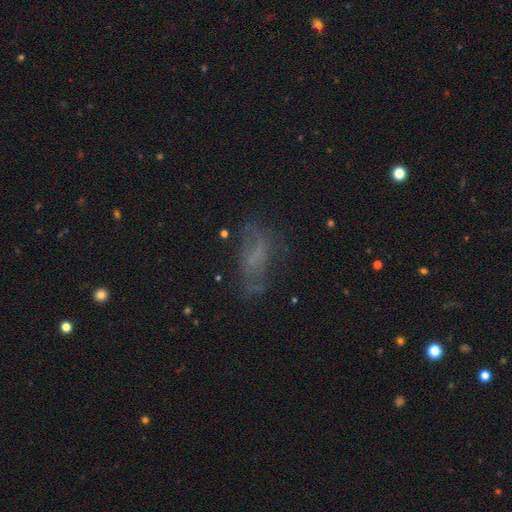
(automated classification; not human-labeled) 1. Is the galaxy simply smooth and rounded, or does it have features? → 42% featured or disk, 38% smooth, 20% star or artifact.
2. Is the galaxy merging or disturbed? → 51% none, 24% major disturbance, 22% minor disturbance, 4% merger.